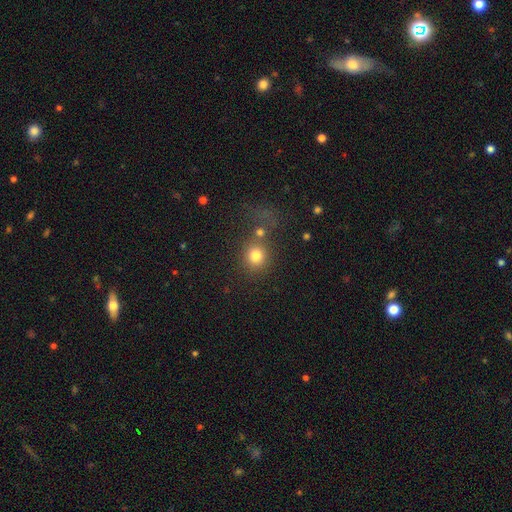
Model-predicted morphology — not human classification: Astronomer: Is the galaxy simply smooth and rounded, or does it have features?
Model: smooth — 79%.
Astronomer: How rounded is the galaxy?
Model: round — 84%.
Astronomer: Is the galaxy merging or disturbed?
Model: none — 55%.